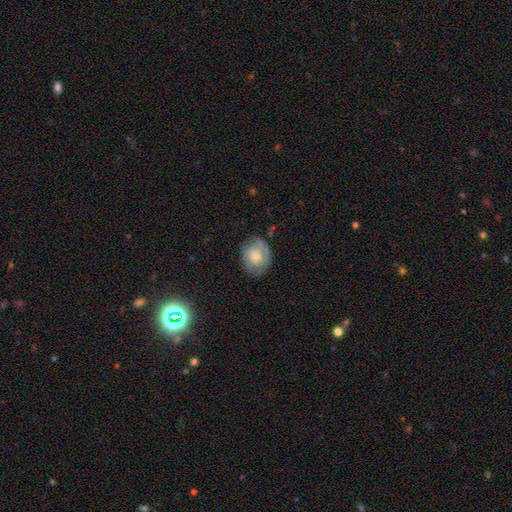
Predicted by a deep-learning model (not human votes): Smooth or featured: smooth — 51% (featured or disk — 42%)
How rounded: in between — 51% (round — 48%)
Merging: none — 68% (minor disturbance — 23%)